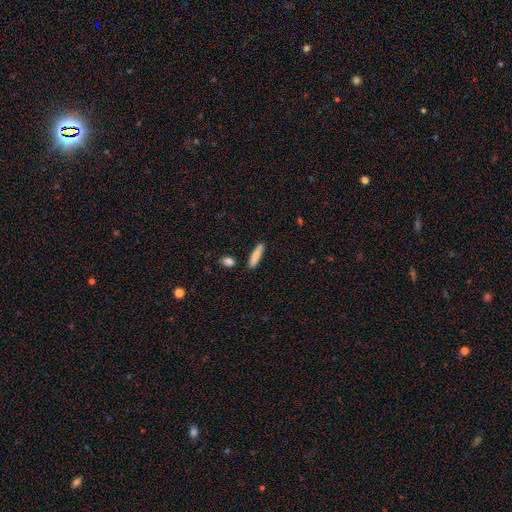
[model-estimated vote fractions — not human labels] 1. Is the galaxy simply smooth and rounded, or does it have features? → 84% smooth, 10% featured or disk, 6% star or artifact.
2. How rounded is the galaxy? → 82% cigar-shaped, 17% in between, 2% round.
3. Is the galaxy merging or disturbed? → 86% none, 9% minor disturbance, 4% merger, 2% major disturbance.